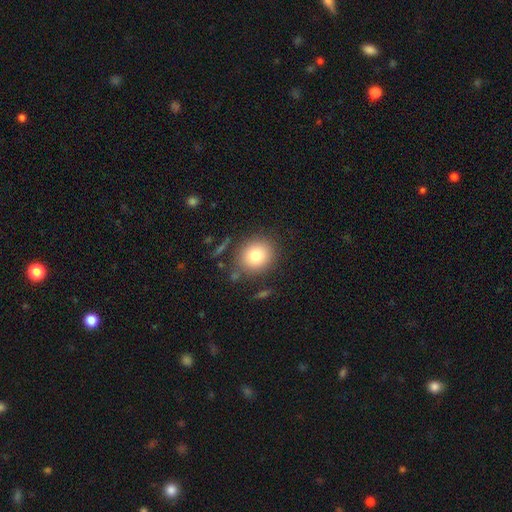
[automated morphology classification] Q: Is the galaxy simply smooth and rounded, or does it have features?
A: smooth — 79%.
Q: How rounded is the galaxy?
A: round — 78%.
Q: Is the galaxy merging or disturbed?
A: none — 83%.